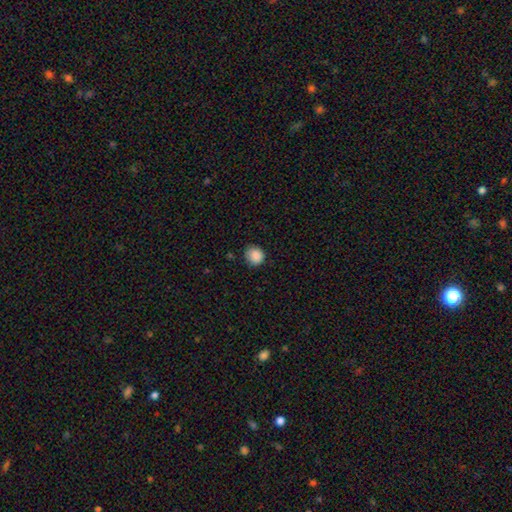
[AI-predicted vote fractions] Smooth or featured? smooth (88%)
How rounded? round (87%)
Merging? none (83%)